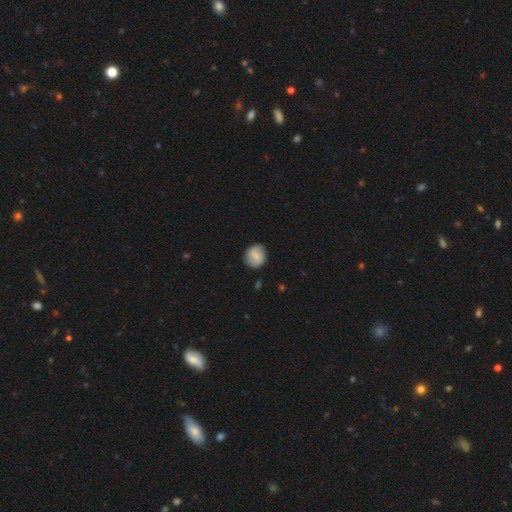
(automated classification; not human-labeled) Morphology: type=smooth (66%); roundness=round (82%); merging=none (83%).